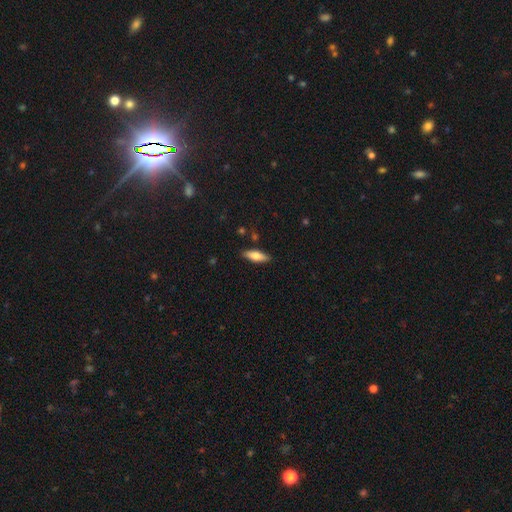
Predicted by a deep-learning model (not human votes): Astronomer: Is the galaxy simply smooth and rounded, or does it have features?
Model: smooth — 68%.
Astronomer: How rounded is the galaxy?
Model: in between — 50% (runner-up: cigar-shaped, 48%).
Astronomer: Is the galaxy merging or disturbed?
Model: none — 86%.